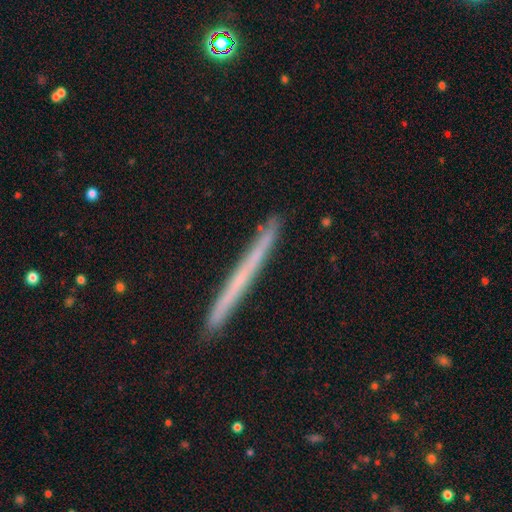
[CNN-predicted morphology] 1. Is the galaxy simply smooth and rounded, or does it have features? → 48% featured or disk, 46% smooth, 6% star or artifact.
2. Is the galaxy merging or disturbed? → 90% none, 7% minor disturbance, 2% merger, 1% major disturbance.